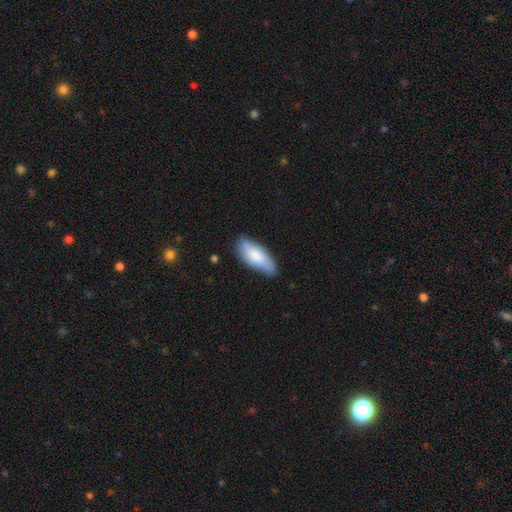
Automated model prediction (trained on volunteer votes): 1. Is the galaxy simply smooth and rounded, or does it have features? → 74% smooth, 20% featured or disk, 6% star or artifact.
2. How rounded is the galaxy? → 78% in between, 20% cigar-shaped, 2% round.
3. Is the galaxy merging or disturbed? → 74% none, 21% minor disturbance, 3% major disturbance, 2% merger.